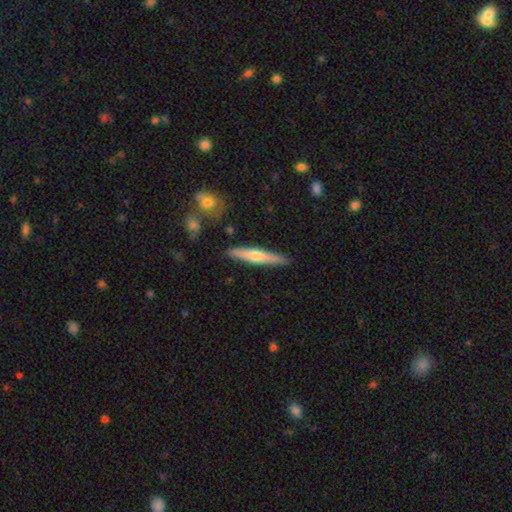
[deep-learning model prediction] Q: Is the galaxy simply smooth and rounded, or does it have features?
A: featured or disk — 48%.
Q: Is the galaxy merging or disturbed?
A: none — 89%.